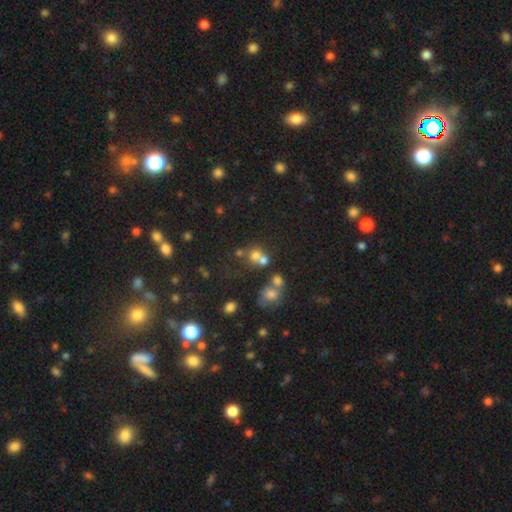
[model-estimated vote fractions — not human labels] Smooth or featured?
  - smooth: 64% *
  - star or artifact: 20%
  - featured or disk: 16%
How rounded?
  - round: 80% *
  - in between: 19%
  - cigar-shaped: 1%
Merging?
  - merger: 44% *
  - none: 42%
  - minor disturbance: 9%
  - major disturbance: 6%